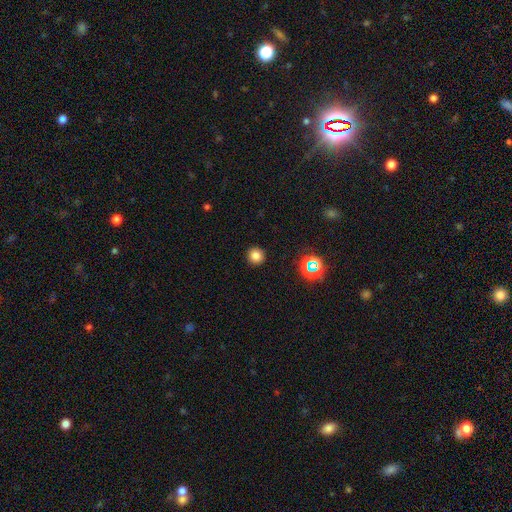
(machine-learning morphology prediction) This appears to be a smooth galaxy with no disk features (80%) that is round (95%). Merging: none (92%).